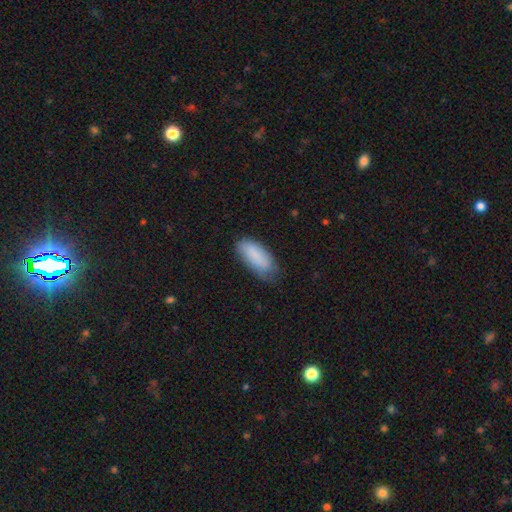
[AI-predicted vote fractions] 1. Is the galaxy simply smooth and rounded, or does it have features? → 85% smooth, 9% featured or disk, 6% star or artifact.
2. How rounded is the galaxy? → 82% in between, 16% cigar-shaped, 2% round.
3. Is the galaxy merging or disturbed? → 59% none, 32% minor disturbance, 7% major disturbance, 2% merger.